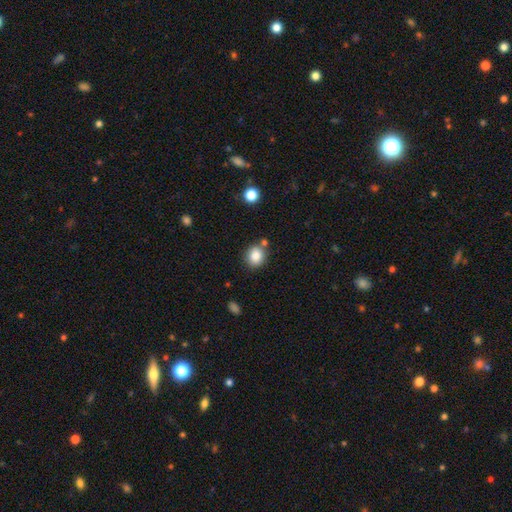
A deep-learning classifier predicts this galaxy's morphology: This appears to be a smooth galaxy with no disk features (85%) that is round (72%). Merging: none (76%).